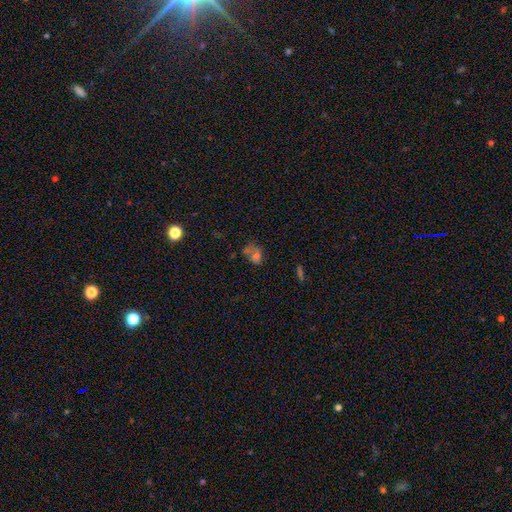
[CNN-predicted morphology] A smooth galaxy with no disk features (51%) that is in between round and cigar-shaped (56%).

Vote fractions:
- Smooth or featured? smooth: 51% / star or artifact: 29% / featured or disk: 20%
- How rounded? in between: 56% / round: 42% / cigar-shaped: 3%
- Merging? none: 37% / merger: 26% / major disturbance: 19% / minor disturbance: 18%